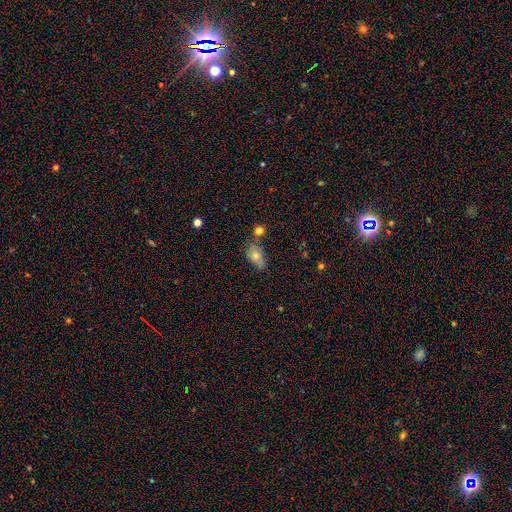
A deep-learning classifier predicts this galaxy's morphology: A smooth galaxy with no disk features (65%) that is in between round and cigar-shaped (84%). Merging: none (58%).